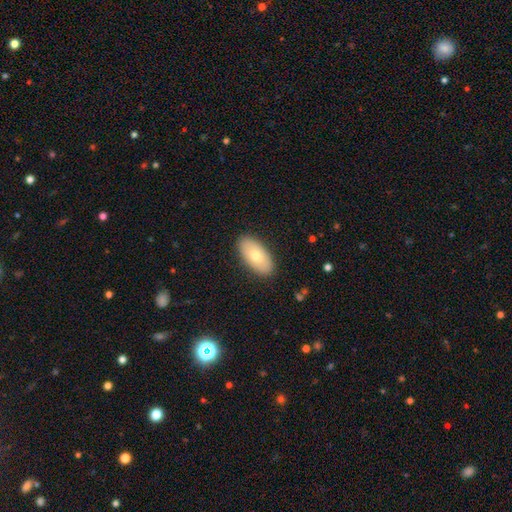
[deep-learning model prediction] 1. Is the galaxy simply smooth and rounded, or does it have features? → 69% smooth, 25% featured or disk, 6% star or artifact.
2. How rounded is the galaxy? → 93% in between, 4% cigar-shaped, 3% round.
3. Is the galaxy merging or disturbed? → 88% none, 9% minor disturbance, 2% major disturbance, 1% merger.